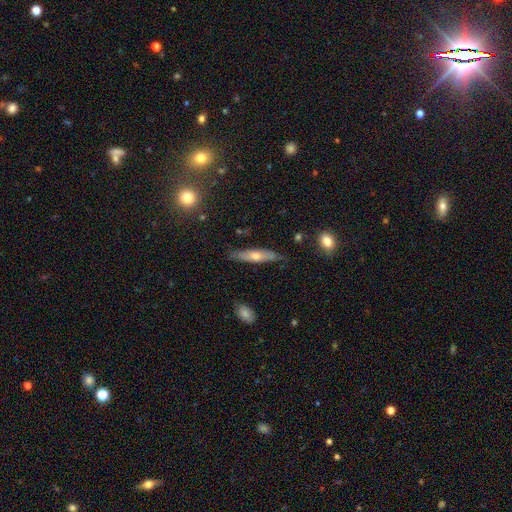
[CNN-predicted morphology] smooth_or_featured: featured or disk (p=0.48) [alt: smooth p=0.45]
merging: none (p=0.80) [alt: minor disturbance p=0.16]